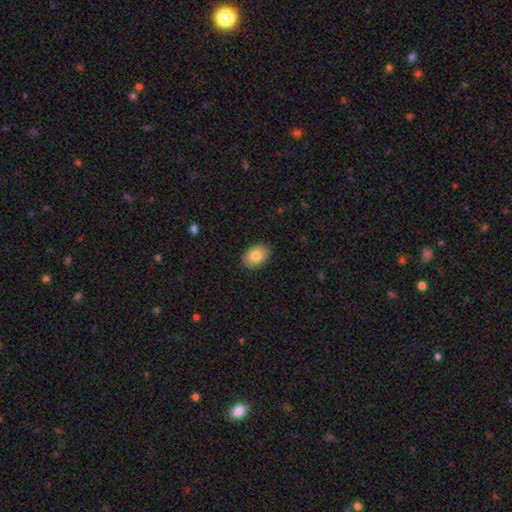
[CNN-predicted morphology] Smooth or featured?
  - smooth: 84% *
  - featured or disk: 9%
  - star or artifact: 7%
How rounded?
  - in between: 75% *
  - round: 24%
  - cigar-shaped: 1%
Merging?
  - none: 88% *
  - minor disturbance: 9%
  - major disturbance: 2%
  - merger: 1%